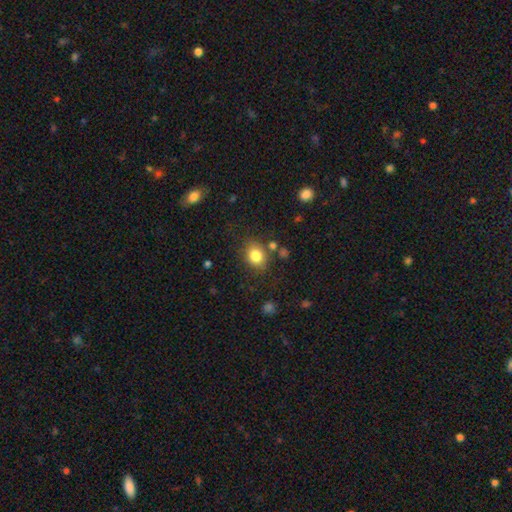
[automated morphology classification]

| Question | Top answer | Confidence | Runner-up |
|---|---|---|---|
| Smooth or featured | smooth | 82% | star or artifact (11%) |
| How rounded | round | 58% | in between (41%) |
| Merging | none | 77% | minor disturbance (14%) |